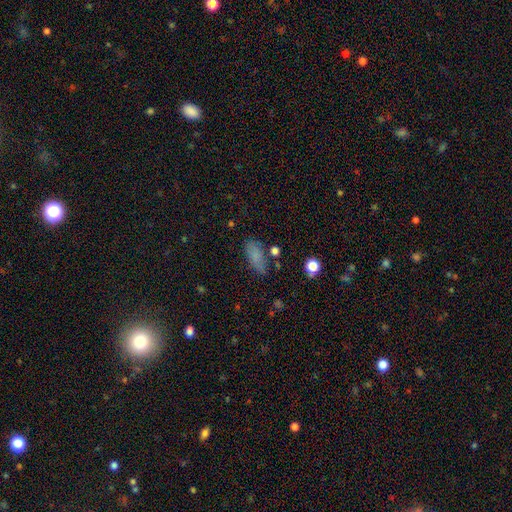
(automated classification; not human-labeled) smooth 78%, star or artifact 12%, featured or disk 10%. Down the decision tree: how rounded — in between (80%); merging — none (64%).